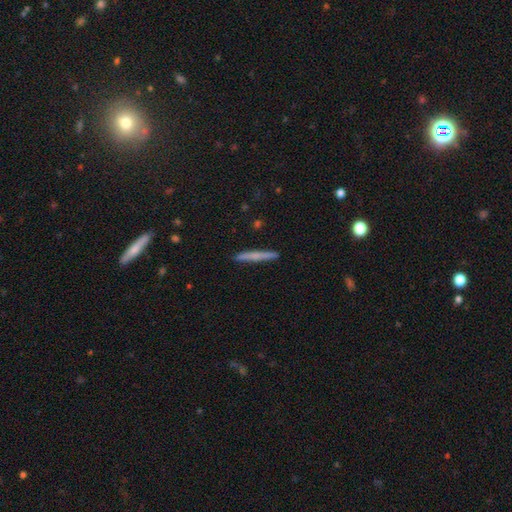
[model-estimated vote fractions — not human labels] Smooth or featured? Predicted: smooth (p=0.57). How rounded? Predicted: cigar-shaped (p=0.96). Merging? Predicted: none (p=0.91).